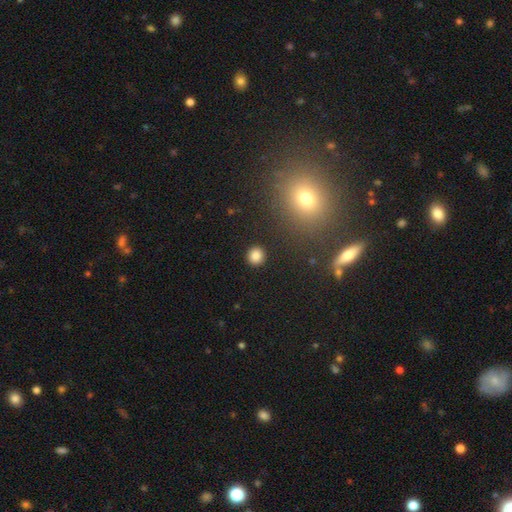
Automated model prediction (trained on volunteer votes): Smooth or featured? smooth (84%)
How rounded? round (93%)
Merging? none (92%)